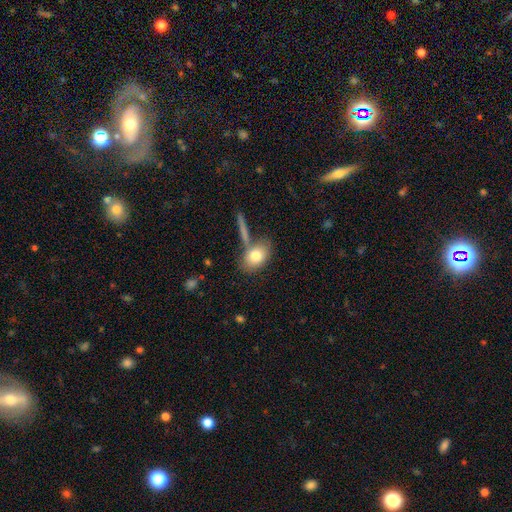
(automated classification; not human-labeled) This appears to be a smooth galaxy with no disk features (77%) that is in between round and cigar-shaped (77%). Merging: none (59%).